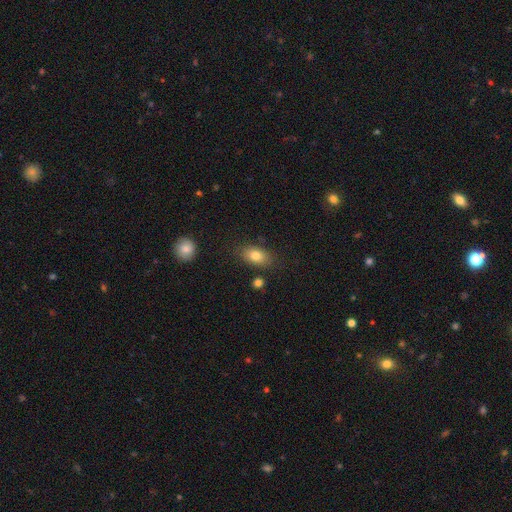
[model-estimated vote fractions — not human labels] Smooth or featured: smooth — 81% (featured or disk — 11%)
How rounded: in between — 86% (round — 11%)
Merging: none — 81% (minor disturbance — 12%)